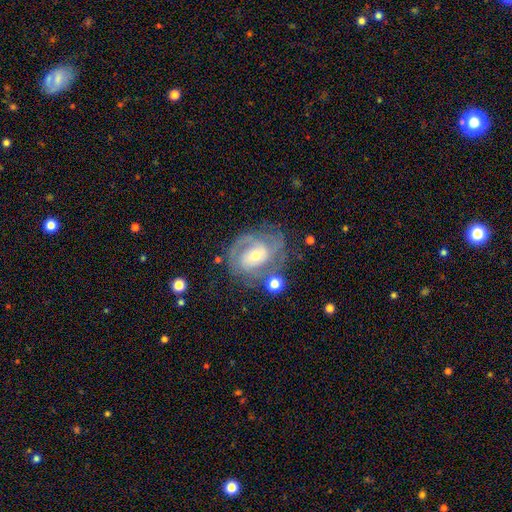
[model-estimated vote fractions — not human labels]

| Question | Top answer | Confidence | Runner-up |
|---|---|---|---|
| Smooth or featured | featured or disk | 82% | smooth (12%) |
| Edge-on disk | no | 97% | yes (3%) |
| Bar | no | 54% | weak (35%) |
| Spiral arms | yes | 91% | no (9%) |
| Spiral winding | tight | 53% | medium (36%) |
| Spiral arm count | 2 | 38% | can't tell (29%) |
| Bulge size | small | 50% | moderate (44%) |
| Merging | none | 59% | minor disturbance (19%) |